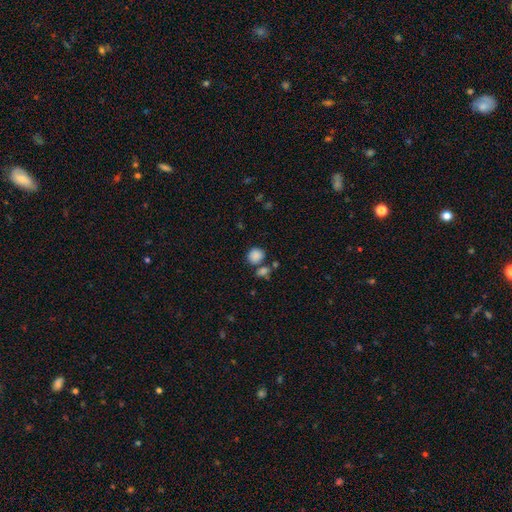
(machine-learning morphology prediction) Overall: smooth (86%). How rounded: round (73%). Merging: none (62%).